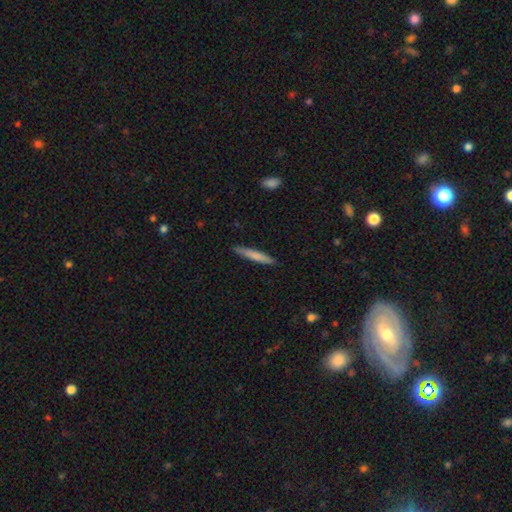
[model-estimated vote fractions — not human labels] smooth_or_featured: smooth (p=0.74) [alt: featured or disk p=0.21]
how_rounded: cigar-shaped (p=0.94) [alt: in between p=0.04]
merging: none (p=0.90) [alt: minor disturbance p=0.08]